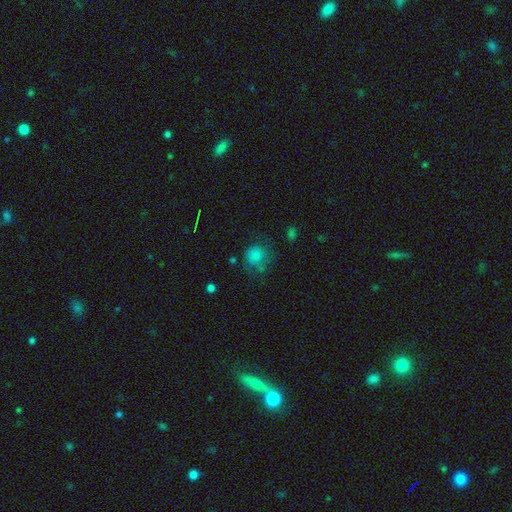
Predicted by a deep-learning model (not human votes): A smooth galaxy with no disk features (78%) that is round (84%). Merging: none (57%).